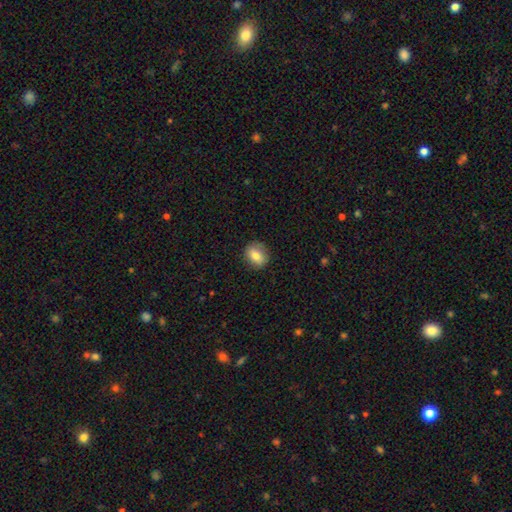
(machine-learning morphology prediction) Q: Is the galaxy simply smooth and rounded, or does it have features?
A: smooth — 77%.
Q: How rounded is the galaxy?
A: round — 58%.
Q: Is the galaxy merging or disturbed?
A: none — 86%.